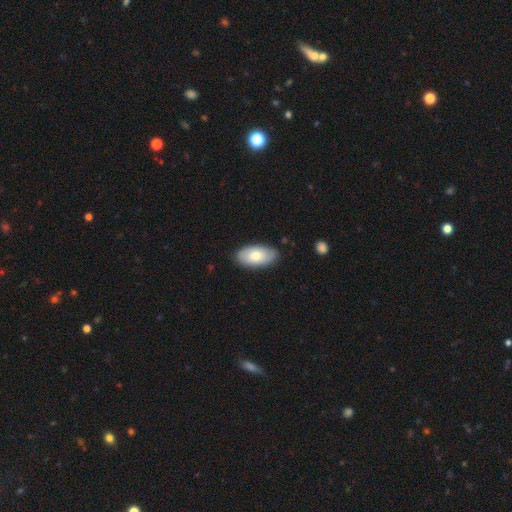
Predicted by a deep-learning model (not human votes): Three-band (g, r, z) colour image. It shows a smooth galaxy with no disk features (73%) that is in between round and cigar-shaped (94%). Merging: none (84%).